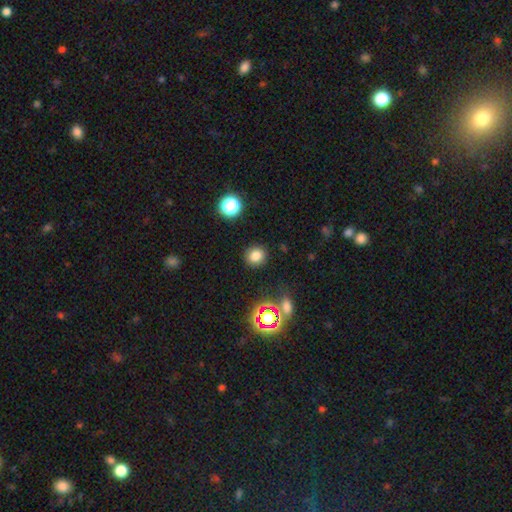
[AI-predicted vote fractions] A smooth galaxy with no disk features (77%) that is round (84%).

Vote fractions:
- Smooth or featured? smooth: 77% / star or artifact: 16% / featured or disk: 7%
- How rounded? round: 84% / in between: 15% / cigar-shaped: 1%
- Merging? none: 88% / minor disturbance: 7% / major disturbance: 3% / merger: 2%